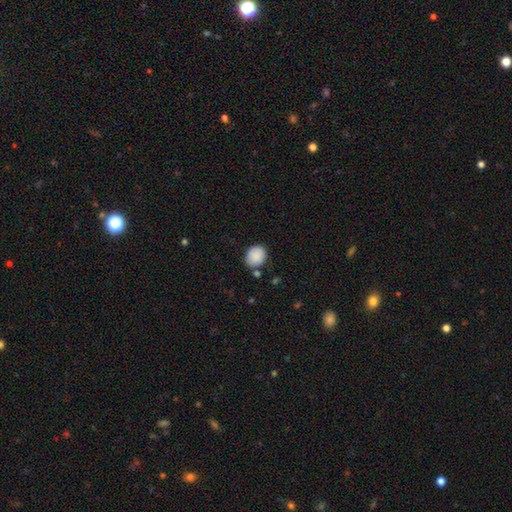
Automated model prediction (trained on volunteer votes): Smooth or featured? Predicted: smooth (p=0.88). How rounded? Predicted: round (p=0.64). Merging? Predicted: none (p=0.73).